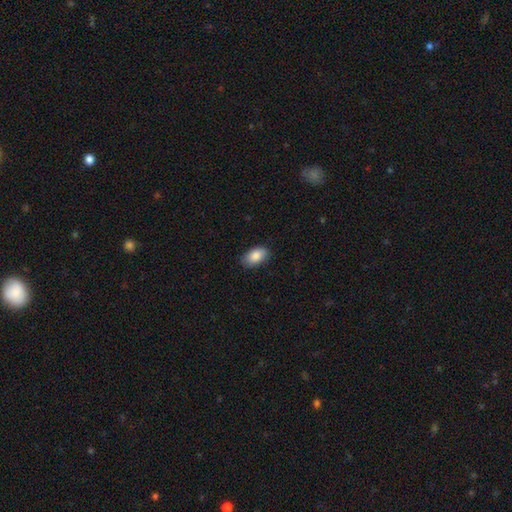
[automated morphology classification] Overall: smooth (87%). How rounded: in between (94%). Merging: none (86%).